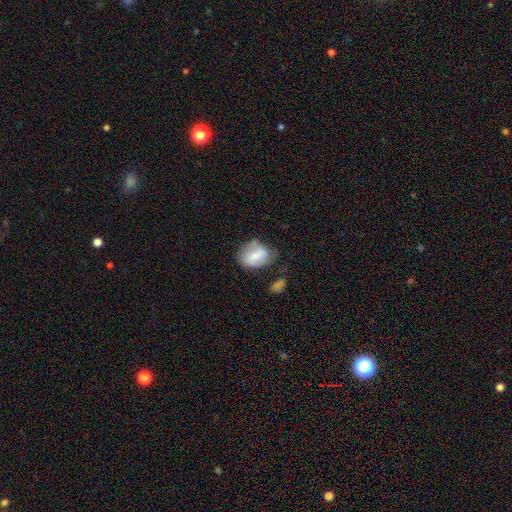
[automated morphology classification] Smooth or featured? smooth (63%)
How rounded? in between (67%)
Merging? none (47%)